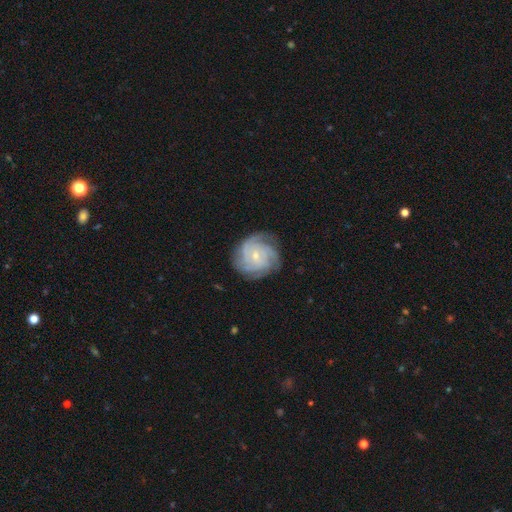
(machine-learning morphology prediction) Smooth or featured? Predicted: featured or disk (p=0.83). Edge-on disk? Predicted: no (p=0.98). Bar? Predicted: no (p=0.67). Spiral arms? Predicted: yes (p=0.97). Spiral winding? Predicted: tight (p=0.72). Spiral arm count? Predicted: 4 (p=0.28). Bulge size? Predicted: small (p=0.72). Merging? Predicted: none (p=0.78).